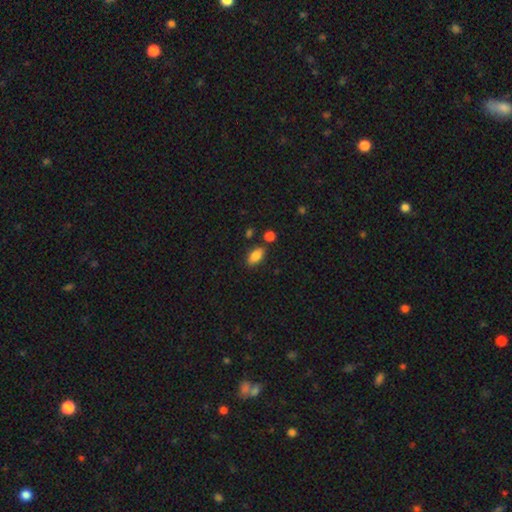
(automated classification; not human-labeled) This appears to be a smooth galaxy with no disk features (85%) that is in between round and cigar-shaped (89%). Merging: none (80%).